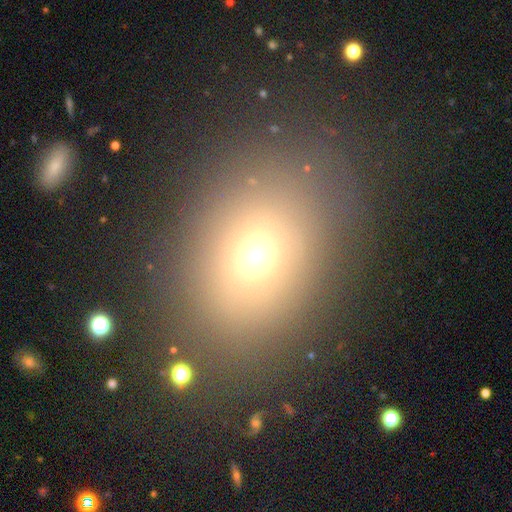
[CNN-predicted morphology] smooth-or-featured: smooth: 67% | star or artifact: 20% | featured or disk: 13%
  how-rounded: in between: 56% | round: 42% | cigar-shaped: 1%
  merging: none: 81% | minor disturbance: 10% | major disturbance: 6% | merger: 3%